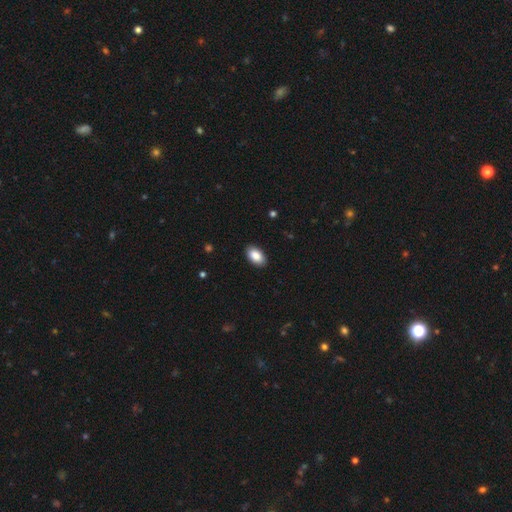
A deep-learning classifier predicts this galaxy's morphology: This is clearly a smooth galaxy (88%). How rounded: clearly in between (94%). Merging: clearly none (89%).